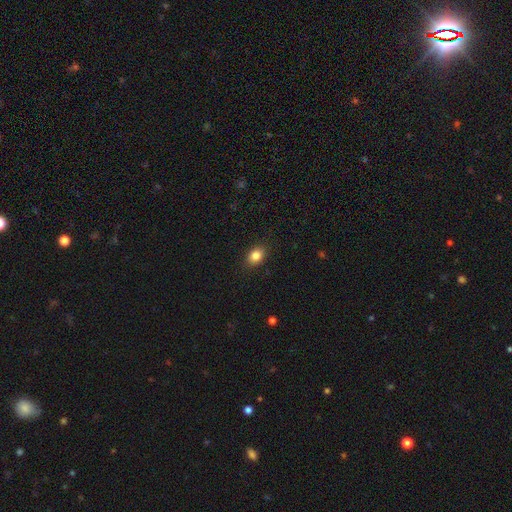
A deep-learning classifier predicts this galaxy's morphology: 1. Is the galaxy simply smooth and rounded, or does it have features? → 84% smooth, 9% star or artifact, 6% featured or disk.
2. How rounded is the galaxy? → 68% in between, 30% round, 1% cigar-shaped.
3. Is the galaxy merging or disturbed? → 88% none, 8% minor disturbance, 2% major disturbance, 1% merger.